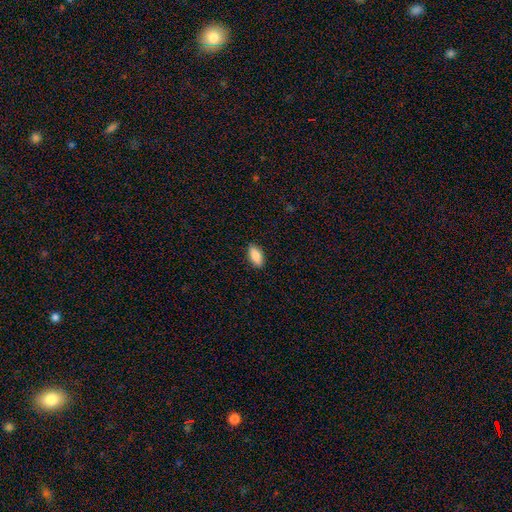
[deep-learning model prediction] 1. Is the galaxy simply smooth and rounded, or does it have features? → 88% smooth, 7% star or artifact, 6% featured or disk.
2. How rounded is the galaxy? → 89% in between, 8% cigar-shaped, 2% round.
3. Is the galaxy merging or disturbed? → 89% none, 8% minor disturbance, 2% major disturbance, 1% merger.